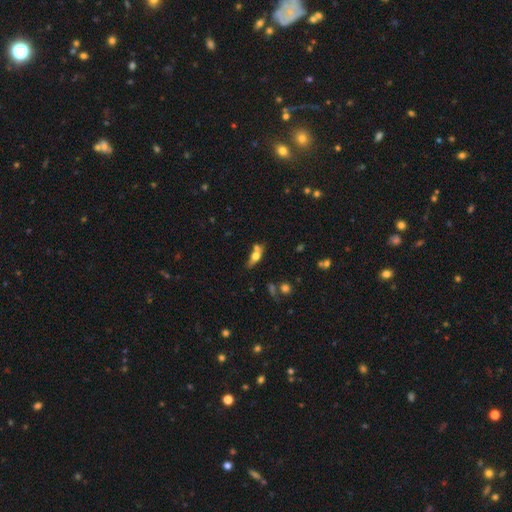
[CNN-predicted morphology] Smooth or featured? Predicted: smooth (p=0.54). How rounded? Predicted: in between (p=0.63). Merging? Predicted: none (p=0.49).